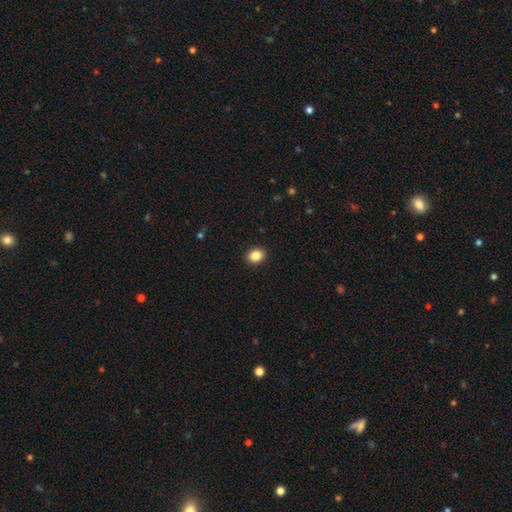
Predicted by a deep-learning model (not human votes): Overall: smooth (86%). How rounded: round (59%; in between 40%). Merging: none (92%).